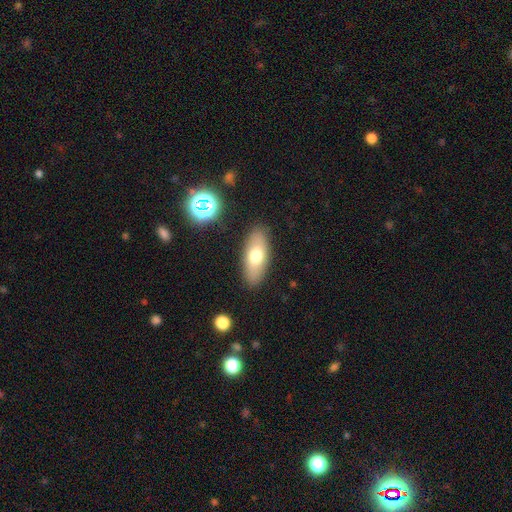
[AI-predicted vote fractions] smooth-or-featured: smooth: 69% | featured or disk: 23% | star or artifact: 8%
  how-rounded: in between: 80% | cigar-shaped: 17% | round: 3%
  merging: none: 88% | minor disturbance: 8% | major disturbance: 2% | merger: 2%